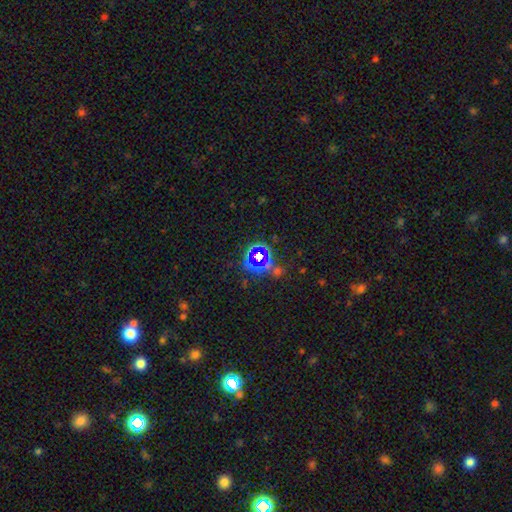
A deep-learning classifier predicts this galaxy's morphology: smooth-or-featured: star or artifact: 66% | smooth: 21% | featured or disk: 12%